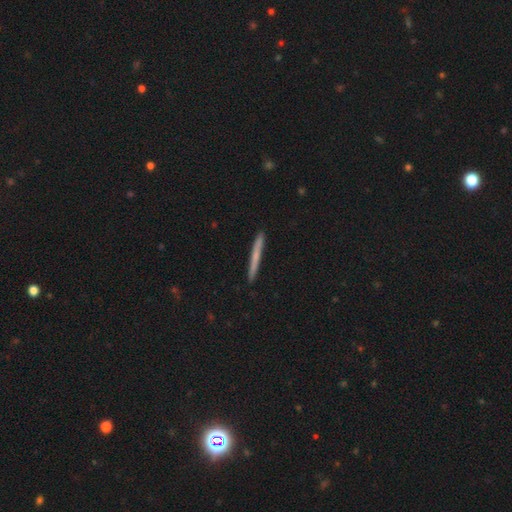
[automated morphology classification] This is possibly a smooth galaxy (60%). How rounded: clearly cigar-shaped (97%). Merging: clearly none (92%).